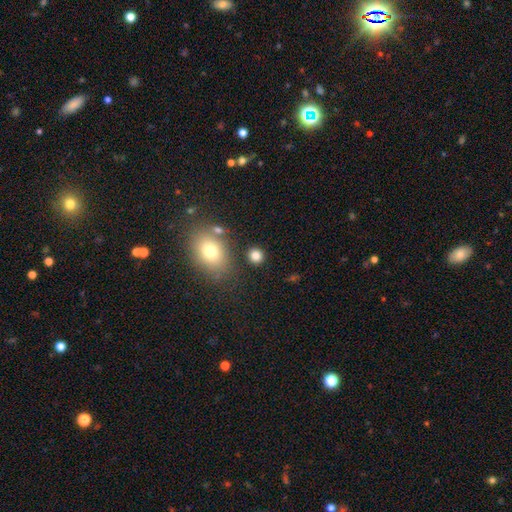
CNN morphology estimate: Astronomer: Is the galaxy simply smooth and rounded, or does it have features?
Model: smooth — 83%.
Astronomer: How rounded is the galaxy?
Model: round — 80%.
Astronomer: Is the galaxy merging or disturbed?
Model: none — 83%.